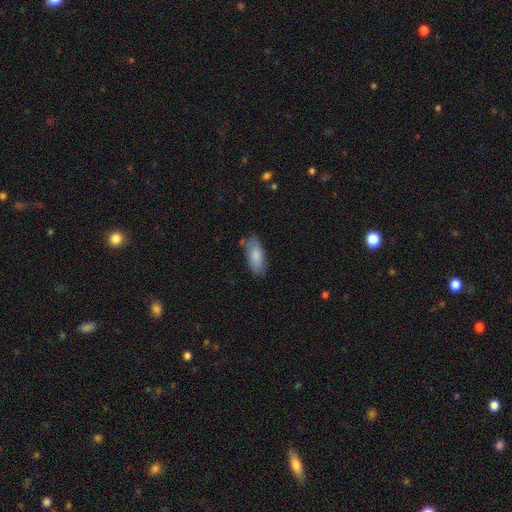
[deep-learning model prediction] A smooth galaxy with no disk features (84%) that is in between round and cigar-shaped (86%).

Vote fractions:
- Smooth or featured? smooth: 84% / featured or disk: 10% / star or artifact: 6%
- How rounded? in between: 86% / cigar-shaped: 12% / round: 2%
- Merging? none: 76% / minor disturbance: 17% / merger: 4% / major disturbance: 3%